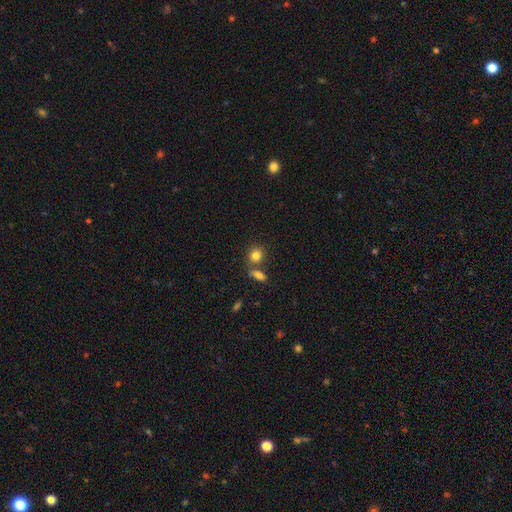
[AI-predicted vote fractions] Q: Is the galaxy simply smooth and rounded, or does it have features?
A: smooth — 83%.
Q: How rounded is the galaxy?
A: round — 72%.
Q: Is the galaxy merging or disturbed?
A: none — 63%.